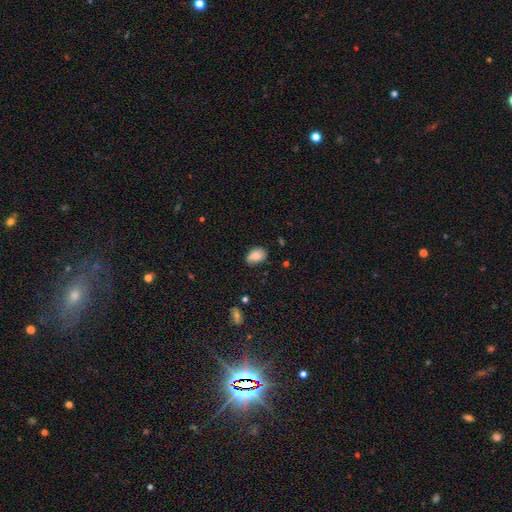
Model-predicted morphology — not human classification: Overall: smooth (82%). How rounded: in between (85%). Merging: none (70%).